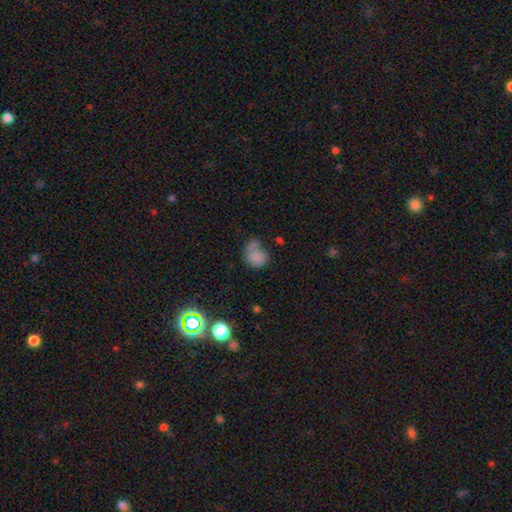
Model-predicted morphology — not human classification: smooth 75%, featured or disk 13%, star or artifact 12%. Down the decision tree: how rounded — in between (51%); merging — none (34%).